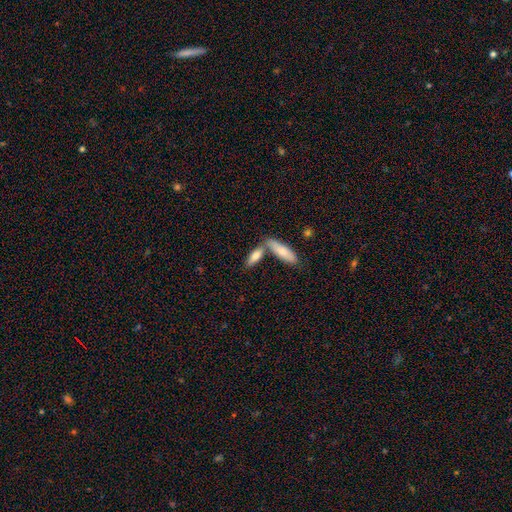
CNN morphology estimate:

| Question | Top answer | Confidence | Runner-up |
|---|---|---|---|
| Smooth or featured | smooth | 76% | featured or disk (18%) |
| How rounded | in between | 52% | cigar-shaped (46%) |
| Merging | none | 48% | merger (39%) |